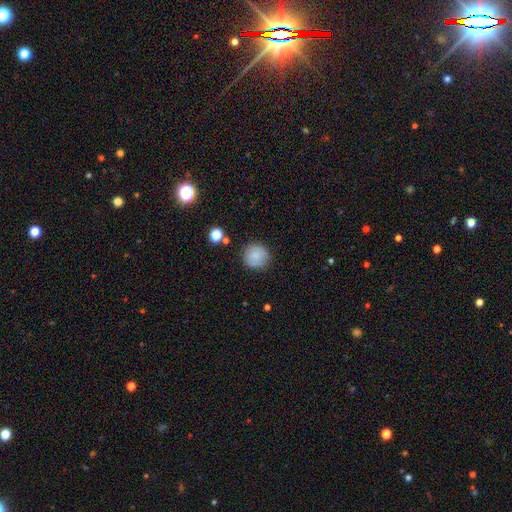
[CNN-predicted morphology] This is clearly a smooth galaxy (84%). How rounded: clearly round (93%). Merging: clearly none (83%).